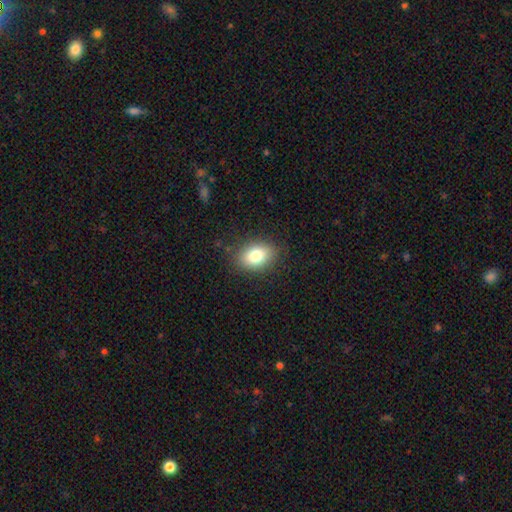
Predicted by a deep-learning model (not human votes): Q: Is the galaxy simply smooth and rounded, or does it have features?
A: smooth — 80%.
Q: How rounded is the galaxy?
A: in between — 79%.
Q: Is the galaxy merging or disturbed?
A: none — 85%.